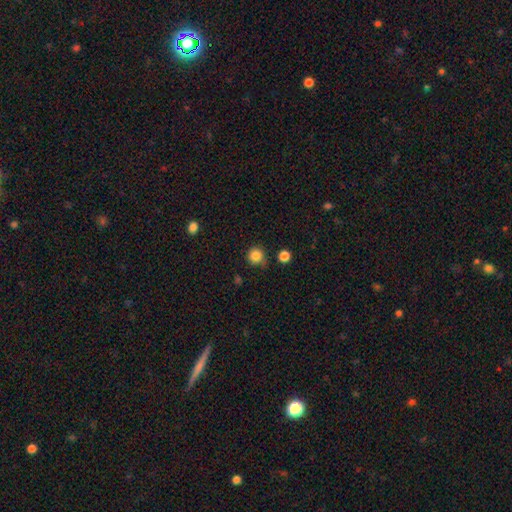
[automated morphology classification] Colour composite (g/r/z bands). It shows a smooth galaxy with no disk features (84%) that is round (94%). Merging: none (79%).